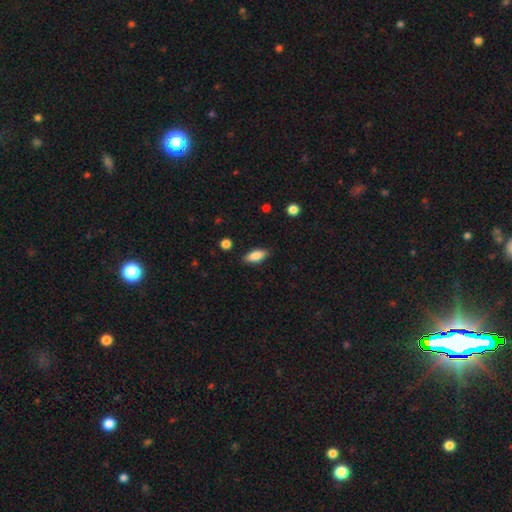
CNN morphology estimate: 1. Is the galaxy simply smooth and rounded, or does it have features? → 83% smooth, 10% featured or disk, 7% star or artifact.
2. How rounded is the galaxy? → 80% in between, 18% cigar-shaped, 2% round.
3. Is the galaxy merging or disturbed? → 86% none, 11% minor disturbance, 2% major disturbance, 1% merger.